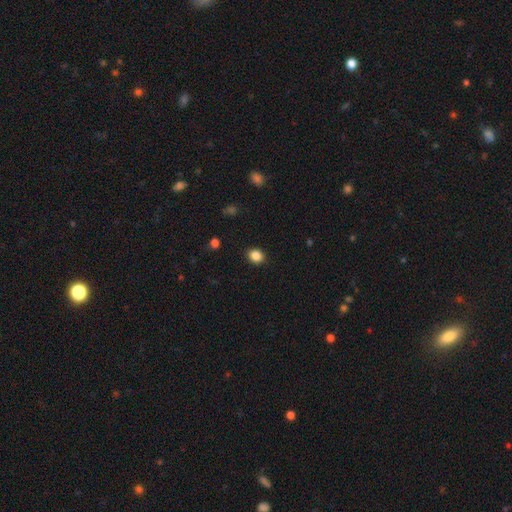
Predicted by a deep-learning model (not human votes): A smooth galaxy with no disk features (86%) that is round (60%). Merging: none (90%).